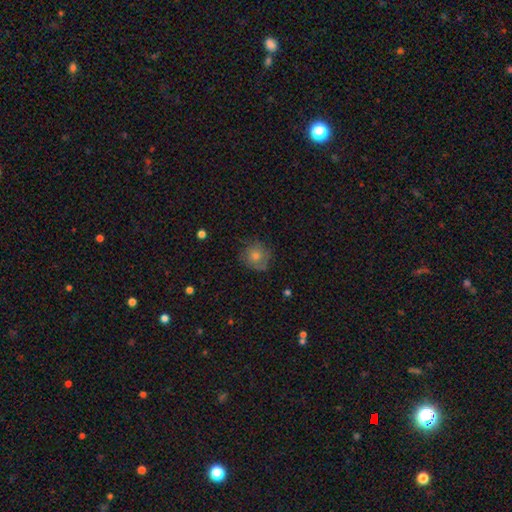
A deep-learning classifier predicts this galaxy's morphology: A smooth galaxy with no disk features (55%) that is round (88%). Merging: none (76%).